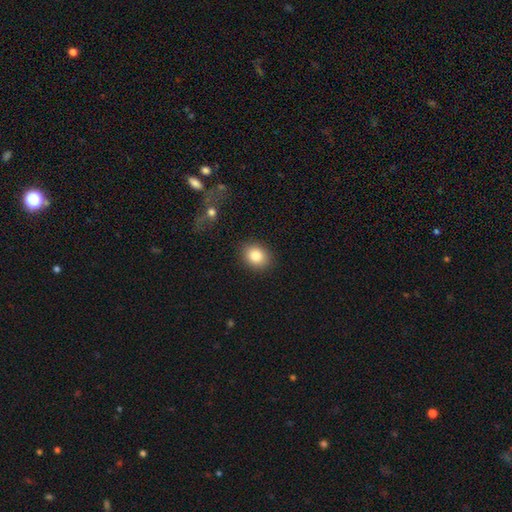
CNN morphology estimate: This is clearly a smooth galaxy (83%). How rounded: likely round (61%). Merging: clearly none (88%).